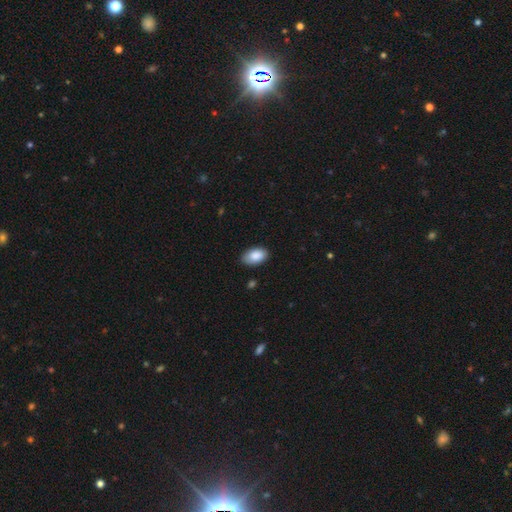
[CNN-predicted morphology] A smooth galaxy with no disk features (88%) that is in between round and cigar-shaped (94%). Merging: none (83%).